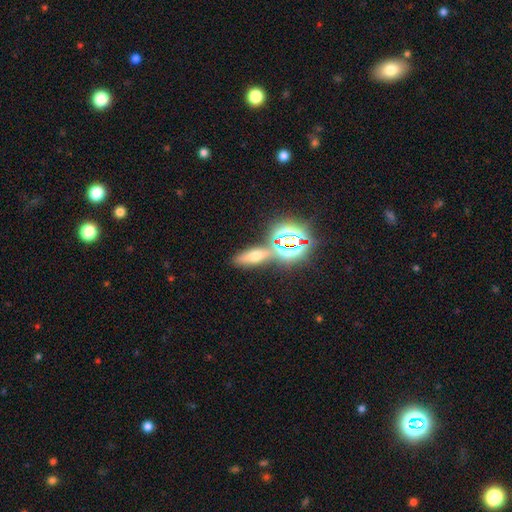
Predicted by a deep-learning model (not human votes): Smooth or featured: smooth — 46% (star or artifact — 35%)
Merging: none — 70% (merger — 15%)